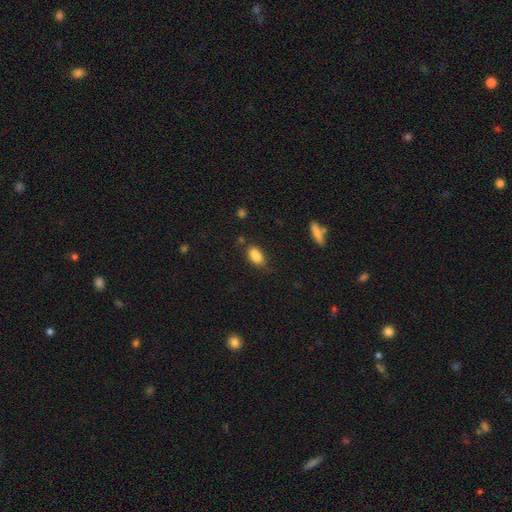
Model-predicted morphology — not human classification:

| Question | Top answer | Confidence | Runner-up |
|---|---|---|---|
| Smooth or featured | smooth | 86% | star or artifact (8%) |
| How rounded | in between | 89% | round (6%) |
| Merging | none | 70% | minor disturbance (22%) |